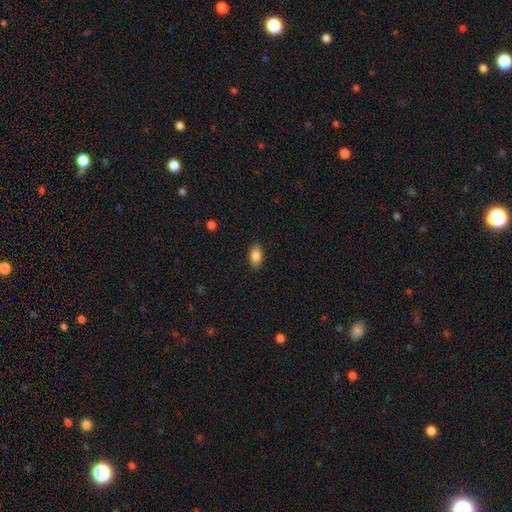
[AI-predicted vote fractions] Smooth or featured? smooth (85%)
How rounded? in between (91%)
Merging? none (88%)